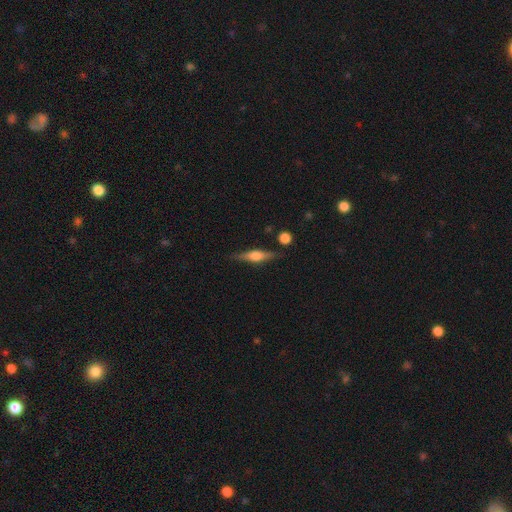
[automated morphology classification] smooth_or_featured: featured or disk (p=0.66) [alt: smooth p=0.27]
disk_edge_on: yes (p=0.96) [alt: no p=0.04]
edge_on_bulge: rounded (p=0.85) [alt: boxy p=0.12]
merging: none (p=0.85) [alt: minor disturbance p=0.10]